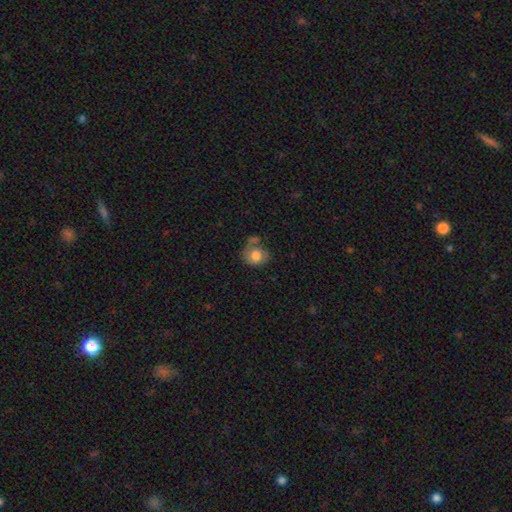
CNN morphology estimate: type=smooth (70%); roundness=round (69%); merging=none (47%).